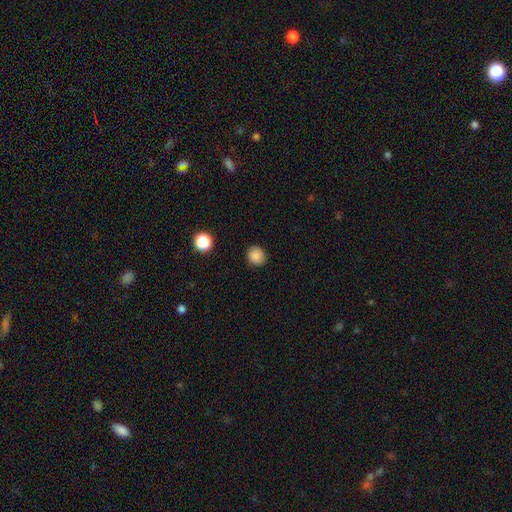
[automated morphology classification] Smooth or featured? Predicted: smooth (p=0.86). How rounded? Predicted: round (p=0.84). Merging? Predicted: none (p=0.88).